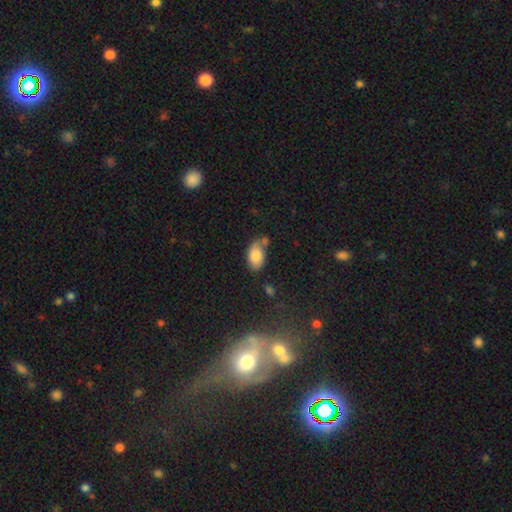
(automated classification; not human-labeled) Overall: smooth (82%). How rounded: in between (92%). Merging: none (52%; minor disturbance 23%).